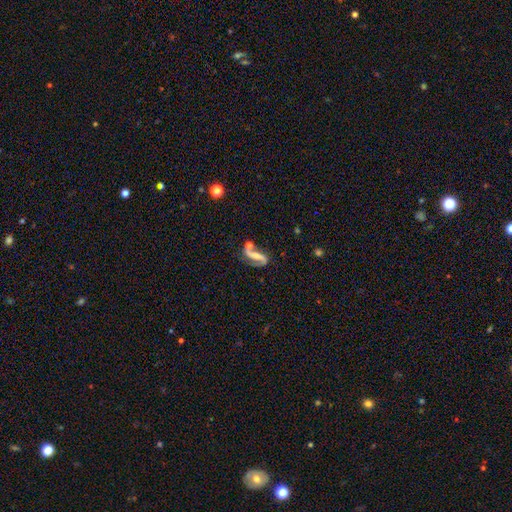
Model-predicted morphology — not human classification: Smooth or featured?
  - featured or disk: 73% *
  - smooth: 19%
  - star or artifact: 8%
Edge-on disk?
  - no: 90% *
  - yes: 10%
Bar?
  - strong: 44% *
  - no: 29%
  - weak: 27%
Spiral arms?
  - yes: 89% *
  - no: 11%
Spiral winding?
  - loose: 54% *
  - medium: 32%
  - tight: 14%
Spiral arm count?
  - 2: 81% *
  - 1: 13%
  - can't tell: 4%
  - 3: 1%
  - 4: 1%
  - more than 4: 1%
Bulge size?
  - small: 40% *
  - moderate: 35%
  - none: 18%
  - large: 6%
  - dominant: 2%
Merging?
  - none: 49% *
  - merger: 22%
  - minor disturbance: 17%
  - major disturbance: 12%